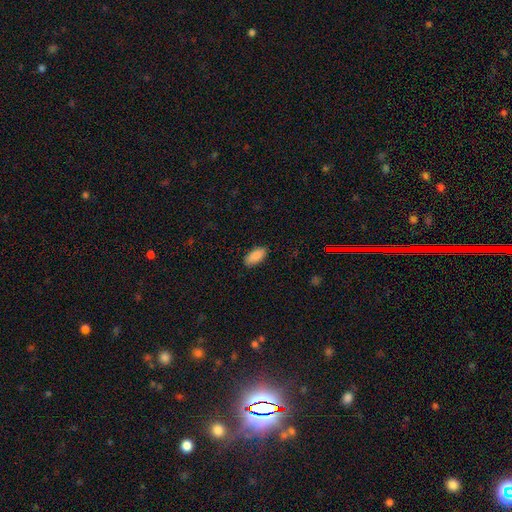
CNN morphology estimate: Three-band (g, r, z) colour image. It shows a smooth galaxy with no disk features (89%) that is in between round and cigar-shaped (91%). Merging: none (86%).